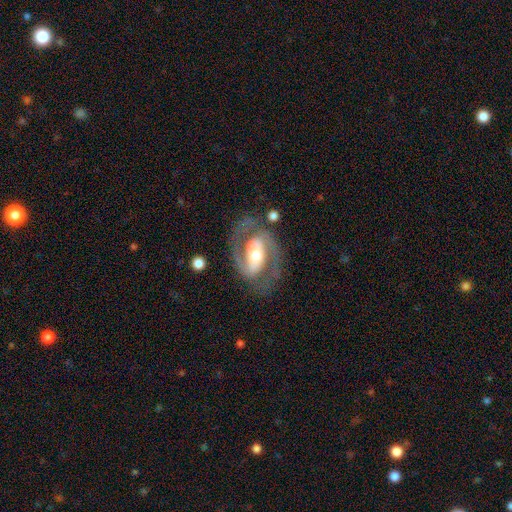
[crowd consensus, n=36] This appears to be a featured or disk galaxy (86%) with a strong bar (38%), 2 (97%) medium (55%) spiral arms (100%) and a moderate central bulge (66%). Merging: none (66%).